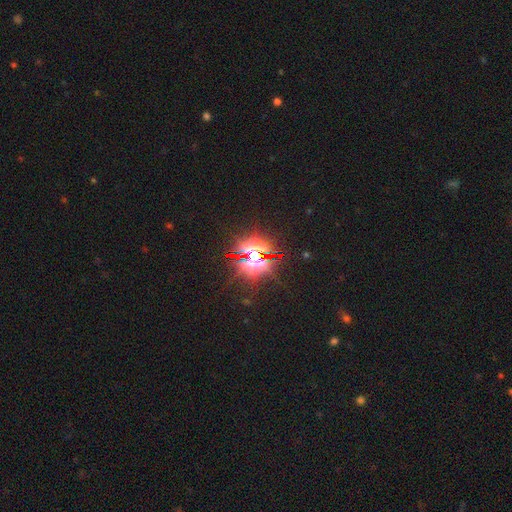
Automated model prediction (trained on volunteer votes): smooth_or_featured: star or artifact (p=0.77) [alt: smooth p=0.13]